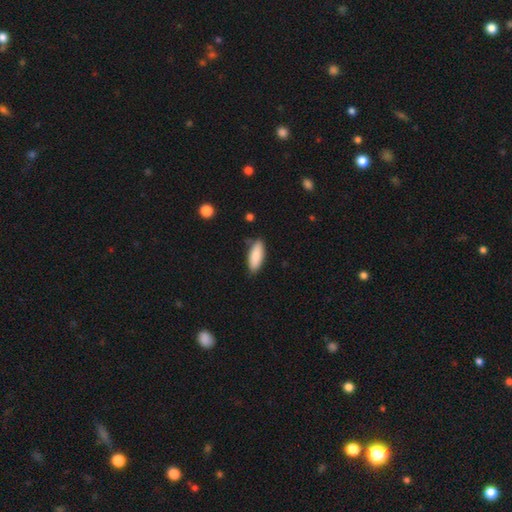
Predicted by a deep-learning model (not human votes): Overall: smooth (89%). How rounded: in between (73%). Merging: none (82%).